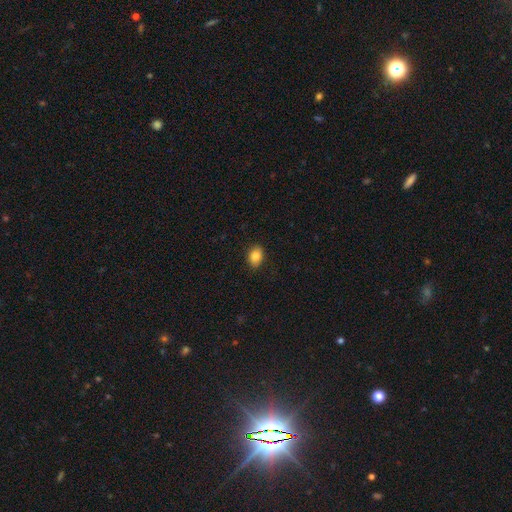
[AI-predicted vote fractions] The model was most divided on "how rounded": in between: 76%, round: 22%, cigar-shaped: 1%. More confident: merging — none (88%); smooth or featured — smooth (84%).